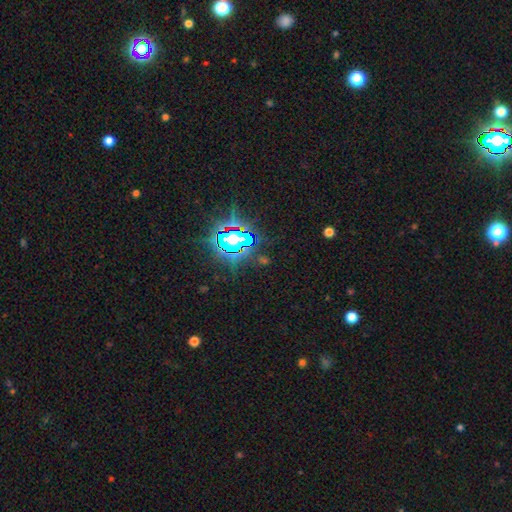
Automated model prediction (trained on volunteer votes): smooth-or-featured: star or artifact: 81% | smooth: 11% | featured or disk: 8%